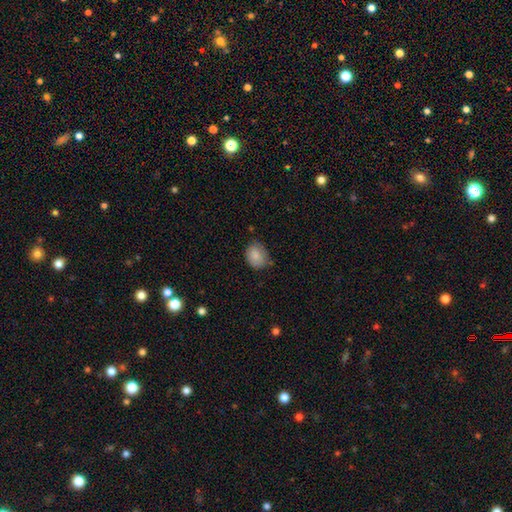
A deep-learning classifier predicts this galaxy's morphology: Smooth or featured? smooth (85%)
How rounded? in between (56%)
Merging? none (66%)